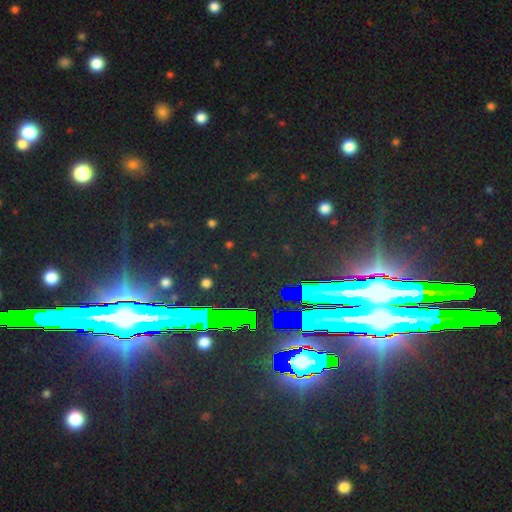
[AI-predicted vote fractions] smooth_or_featured: star or artifact (p=0.83) [alt: featured or disk p=0.09]